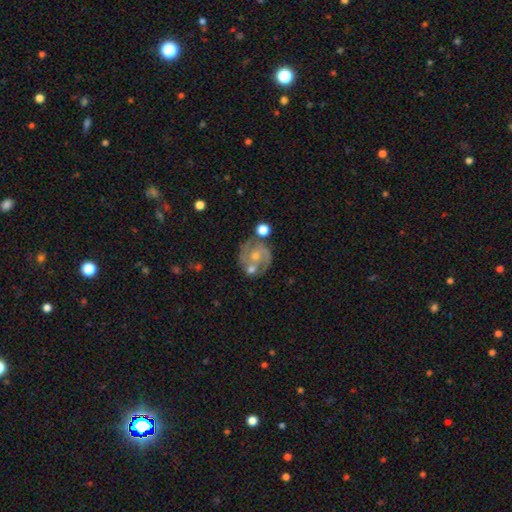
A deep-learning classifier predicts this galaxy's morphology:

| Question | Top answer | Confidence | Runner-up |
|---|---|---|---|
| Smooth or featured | featured or disk | 77% | smooth (14%) |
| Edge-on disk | no | 98% | yes (2%) |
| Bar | no | 68% | weak (26%) |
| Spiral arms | yes | 90% | no (10%) |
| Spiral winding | tight | 46% | medium (42%) |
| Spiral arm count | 2 | 61% | can't tell (15%) |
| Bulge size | small | 53% | moderate (42%) |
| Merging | none | 64% | minor disturbance (16%) |